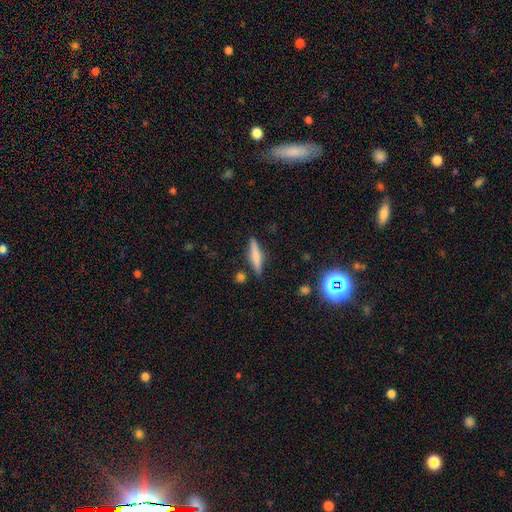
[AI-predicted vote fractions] Overall: smooth (59%; featured or disk 33%). How rounded: cigar-shaped (82%). Merging: none (83%).